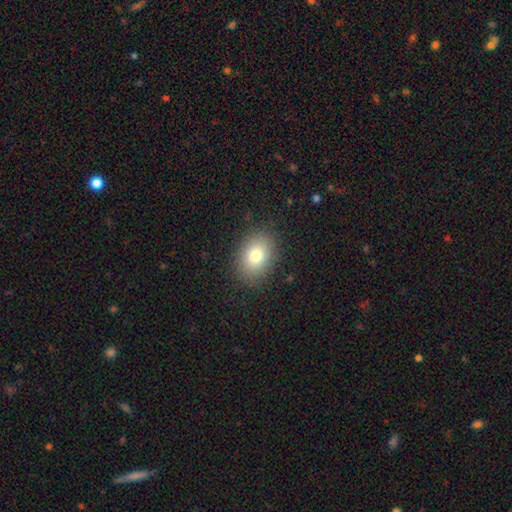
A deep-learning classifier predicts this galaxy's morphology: smooth-or-featured: smooth: 80% | star or artifact: 10% | featured or disk: 10%
  how-rounded: in between: 68% | round: 31% | cigar-shaped: 1%
  merging: none: 87% | minor disturbance: 9% | major disturbance: 3% | merger: 1%